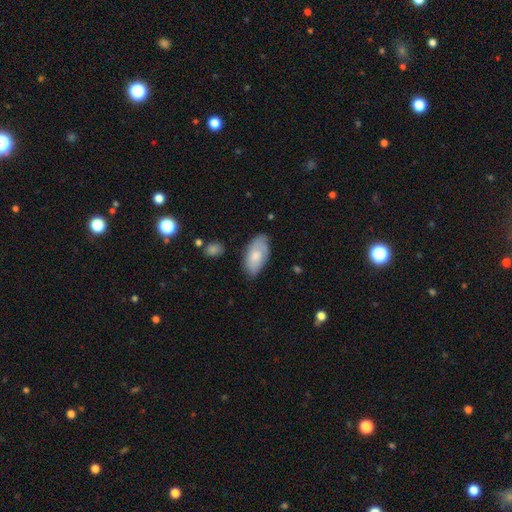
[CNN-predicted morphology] A smooth galaxy with no disk features (70%) that is in between round and cigar-shaped (93%).

Vote fractions:
- Smooth or featured? smooth: 70% / featured or disk: 24% / star or artifact: 6%
- How rounded? in between: 93% / cigar-shaped: 4% / round: 3%
- Merging? none: 69% / minor disturbance: 25% / major disturbance: 5% / merger: 2%